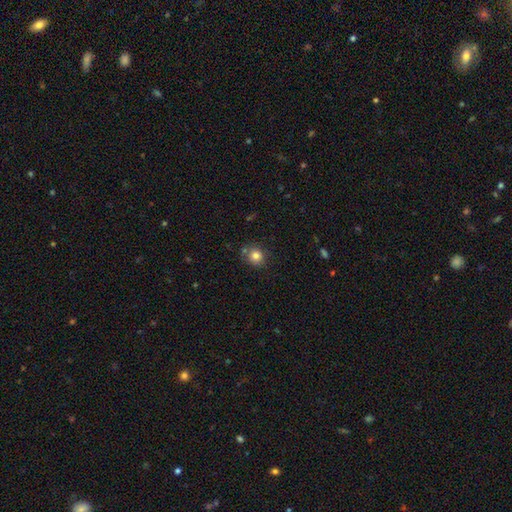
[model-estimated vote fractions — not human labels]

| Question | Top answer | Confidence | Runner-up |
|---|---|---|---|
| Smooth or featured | smooth | 81% | star or artifact (11%) |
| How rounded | round | 85% | in between (14%) |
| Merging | none | 75% | minor disturbance (13%) |